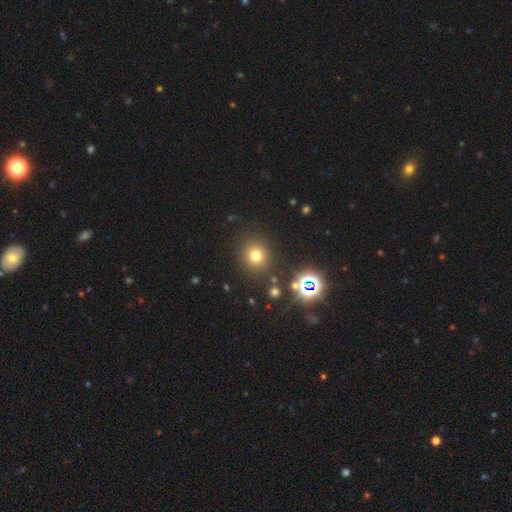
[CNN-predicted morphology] Q: Smooth or featured?
A: smooth (70%); runner-up: star or artifact (22%)
Q: How rounded?
A: round (90%); runner-up: in between (9%)
Q: Merging?
A: none (87%); runner-up: minor disturbance (7%)